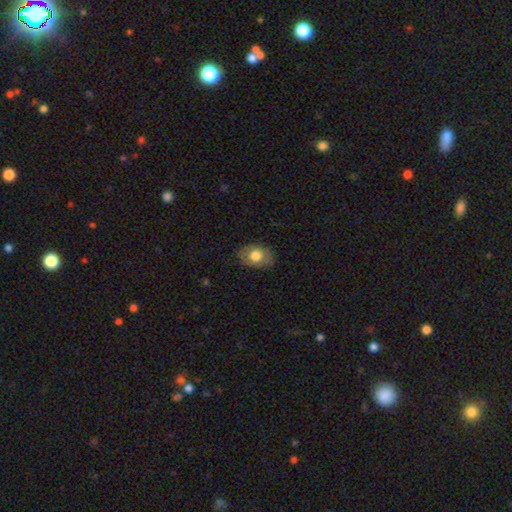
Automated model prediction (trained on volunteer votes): A smooth galaxy with no disk features (72%) that is in between round and cigar-shaped (80%). Merging: none (80%).